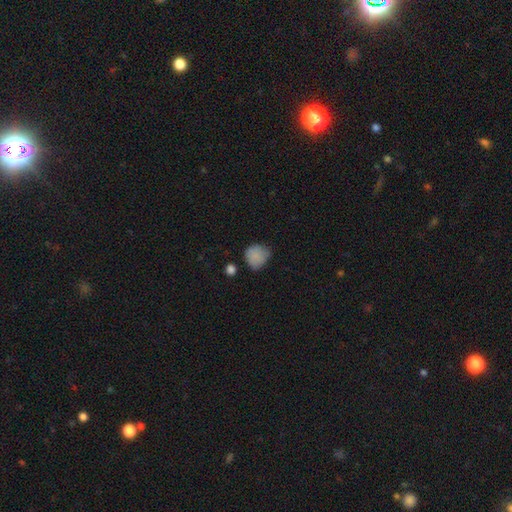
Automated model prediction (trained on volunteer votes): smooth 85%, star or artifact 9%, featured or disk 6%. Down the decision tree: how rounded — round (81%); merging — none (58%).